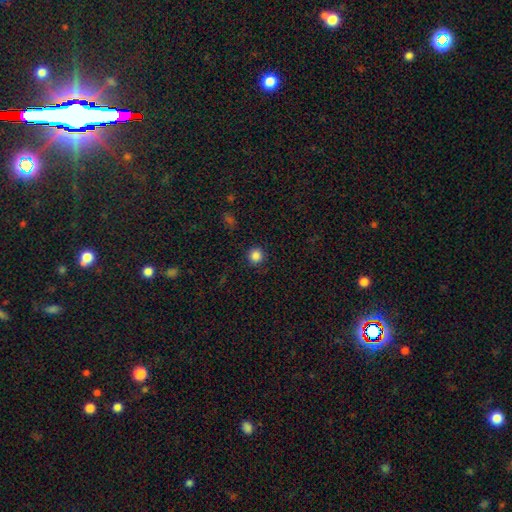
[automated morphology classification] Q: Smooth or featured?
A: smooth (85%); runner-up: star or artifact (12%)
Q: How rounded?
A: round (95%); runner-up: in between (4%)
Q: Merging?
A: none (91%); runner-up: minor disturbance (6%)